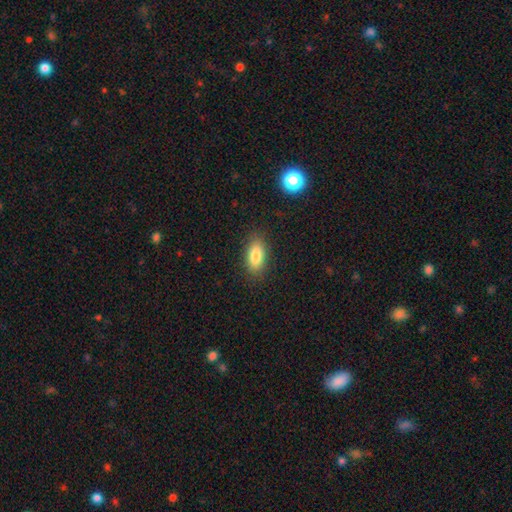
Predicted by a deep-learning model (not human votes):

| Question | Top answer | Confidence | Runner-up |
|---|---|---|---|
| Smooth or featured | smooth | 84% | featured or disk (8%) |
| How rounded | in between | 87% | cigar-shaped (9%) |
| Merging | none | 86% | minor disturbance (10%) |